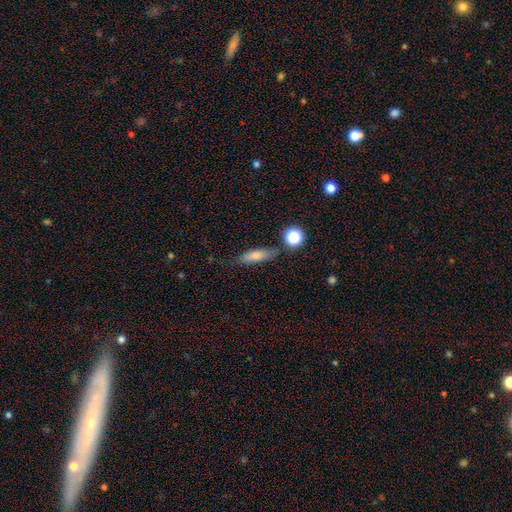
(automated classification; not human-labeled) This appears to be a smooth galaxy with no disk features (76%) that is cigar-shaped (50%). Merging: none (77%).